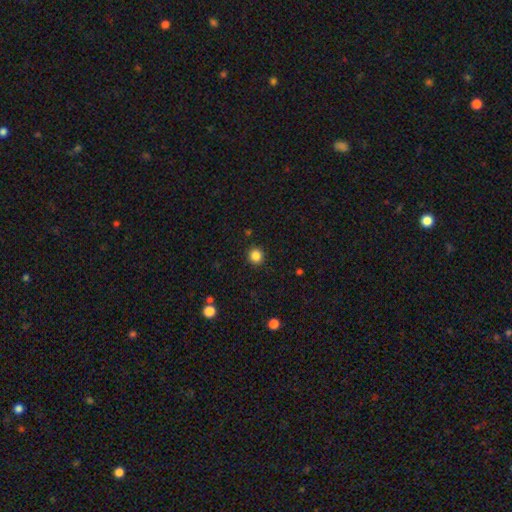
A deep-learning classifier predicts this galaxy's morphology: smooth 85%, star or artifact 11%, featured or disk 3%. Down the decision tree: how rounded — round (93%); merging — none (91%).